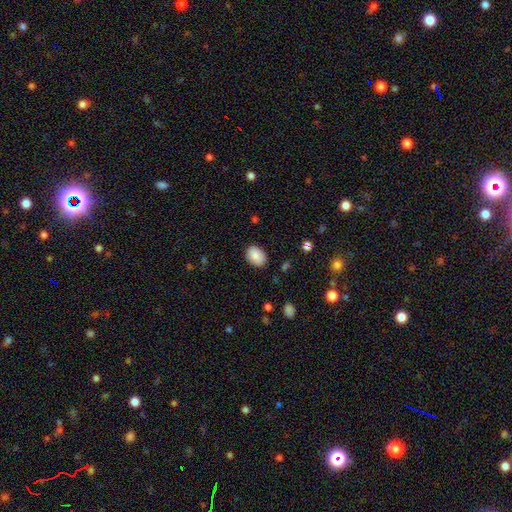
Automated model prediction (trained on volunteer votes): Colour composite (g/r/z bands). It shows a smooth galaxy with no disk features (88%) that is in between round and cigar-shaped (74%). Merging: none (86%).